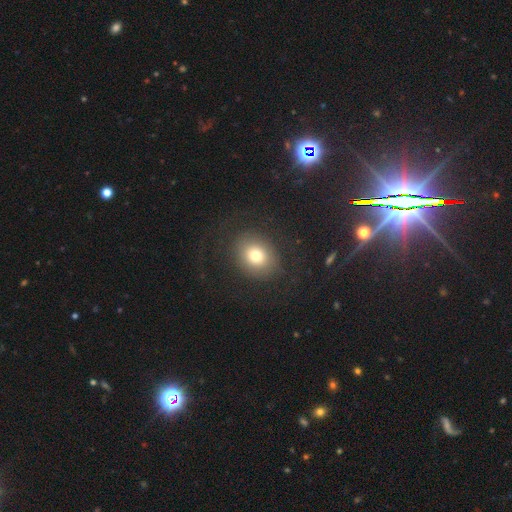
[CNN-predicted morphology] This appears to be a smooth galaxy with no disk features (75%) that is round (62%). Merging: none (82%).